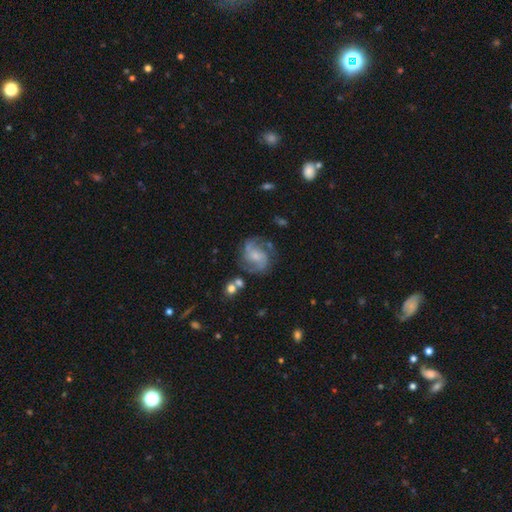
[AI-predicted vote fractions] This appears to be a featured or disk galaxy (80%) with no bar (52%), 2 (71%) medium (52%) spiral arms (95%) and a small central bulge (56%). Merging: none (67%).